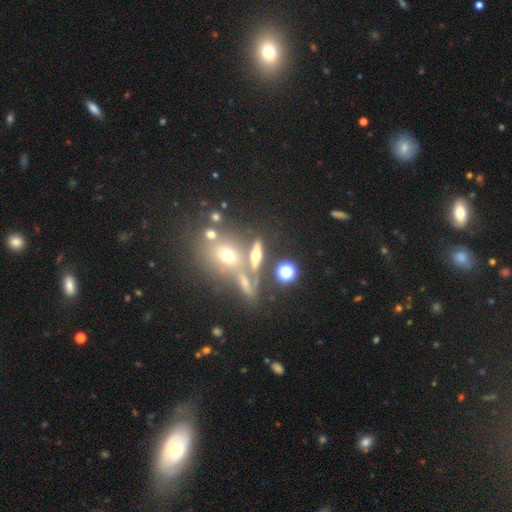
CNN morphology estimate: featured or disk 44%, smooth 39%, star or artifact 17%. Down the decision tree: merging — none (55%).